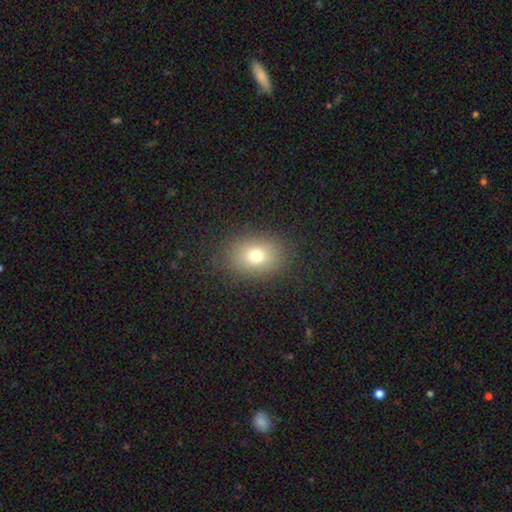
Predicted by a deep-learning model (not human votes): Smooth or featured? Predicted: smooth (p=0.75). How rounded? Predicted: in between (p=0.65). Merging? Predicted: none (p=0.85).